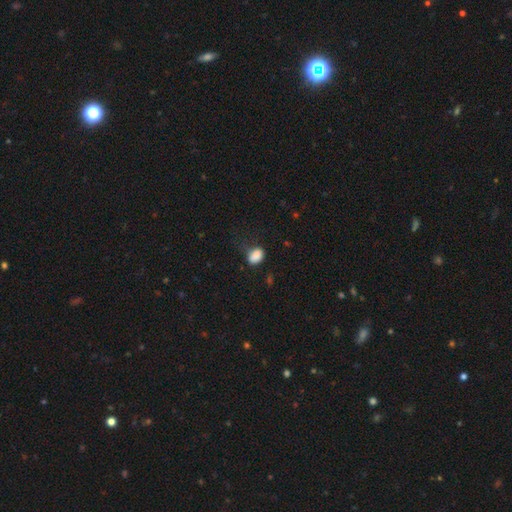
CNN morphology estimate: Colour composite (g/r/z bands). It shows a smooth galaxy with no disk features (86%) that is in between round and cigar-shaped (80%). Merging: none (50%).